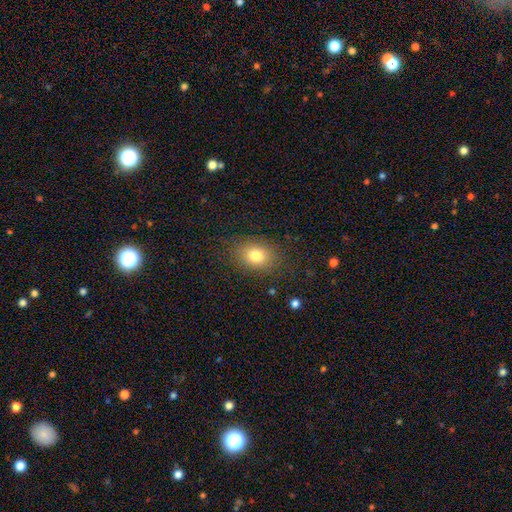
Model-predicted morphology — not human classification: This is likely a smooth galaxy (79%). How rounded: likely in between (65%). Merging: clearly none (84%).